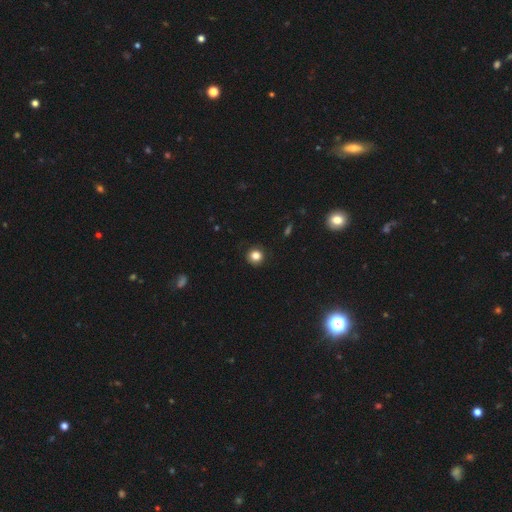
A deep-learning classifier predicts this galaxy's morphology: A smooth galaxy with no disk features (83%) that is round (92%).

Vote fractions:
- Smooth or featured? smooth: 83% / star or artifact: 11% / featured or disk: 5%
- How rounded? round: 92% / in between: 7% / cigar-shaped: 1%
- Merging? none: 91% / minor disturbance: 7% / major disturbance: 2% / merger: 1%